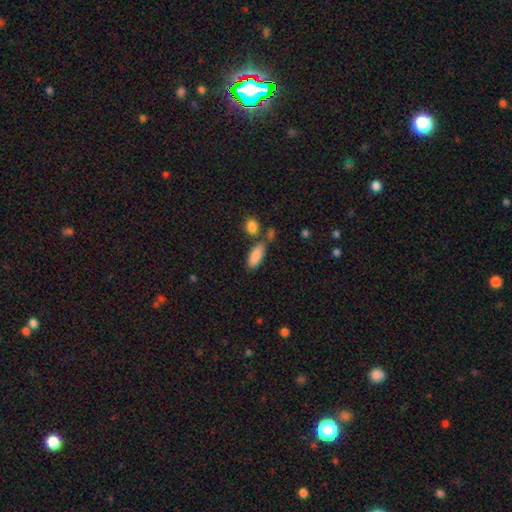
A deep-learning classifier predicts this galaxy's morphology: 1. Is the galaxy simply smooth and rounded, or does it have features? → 87% smooth, 7% star or artifact, 6% featured or disk.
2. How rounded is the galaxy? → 80% in between, 17% cigar-shaped, 2% round.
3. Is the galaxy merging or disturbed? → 65% none, 16% merger, 15% minor disturbance, 4% major disturbance.